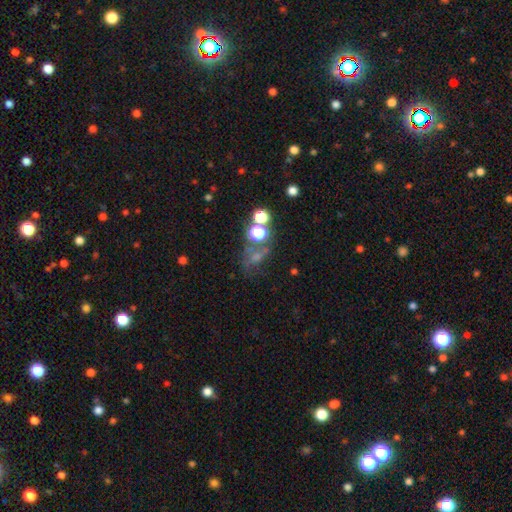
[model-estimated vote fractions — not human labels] smooth 41%, star or artifact 36%, featured or disk 23%. Down the decision tree: merging — none (41%).